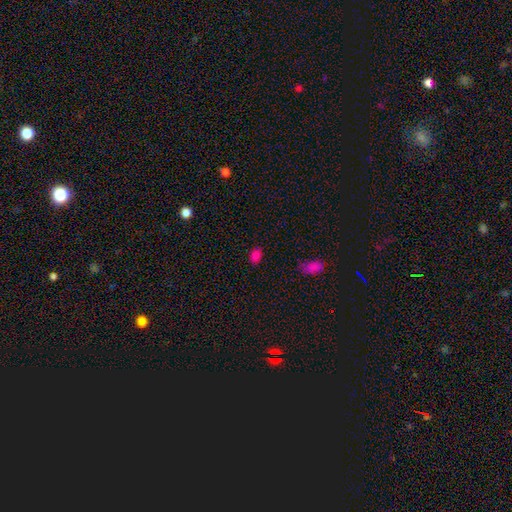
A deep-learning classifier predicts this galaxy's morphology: Q: Smooth or featured?
A: smooth (80%); runner-up: star or artifact (16%)
Q: How rounded?
A: in between (83%); runner-up: round (15%)
Q: Merging?
A: none (83%); runner-up: minor disturbance (12%)